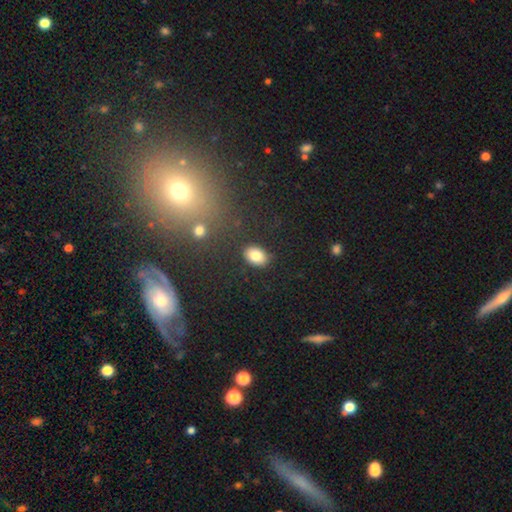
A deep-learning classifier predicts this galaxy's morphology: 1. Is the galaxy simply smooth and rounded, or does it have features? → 83% smooth, 9% star or artifact, 8% featured or disk.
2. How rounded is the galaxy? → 81% in between, 18% round, 1% cigar-shaped.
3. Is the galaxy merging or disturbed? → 86% none, 9% minor disturbance, 3% major disturbance, 2% merger.